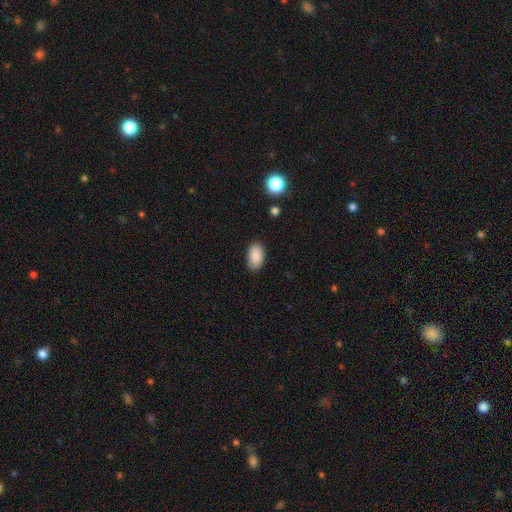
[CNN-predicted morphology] type=smooth (88%); roundness=in between (94%); merging=none (86%).